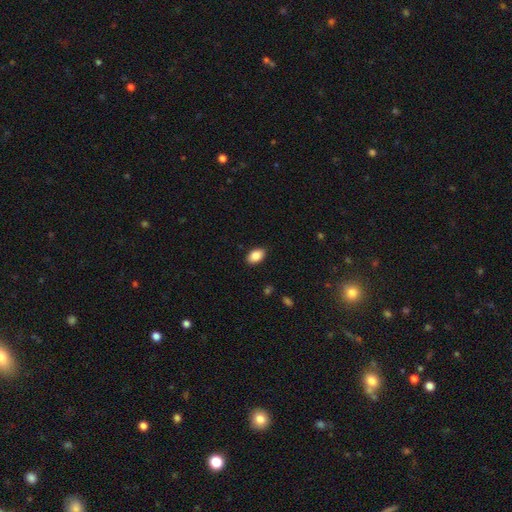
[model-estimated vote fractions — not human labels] A smooth galaxy with no disk features (87%) that is in between round and cigar-shaped (89%).

Vote fractions:
- Smooth or featured? smooth: 87% / star or artifact: 7% / featured or disk: 6%
- How rounded? in between: 89% / round: 10% / cigar-shaped: 1%
- Merging? none: 88% / minor disturbance: 9% / major disturbance: 2% / merger: 1%